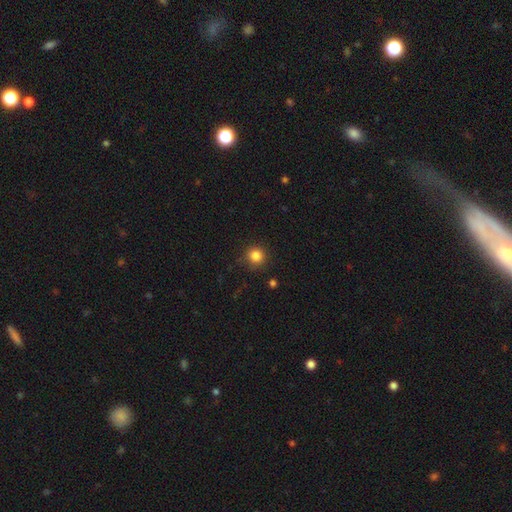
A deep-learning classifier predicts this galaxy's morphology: This is clearly a smooth galaxy (84%). How rounded: clearly round (93%). Merging: clearly none (87%).